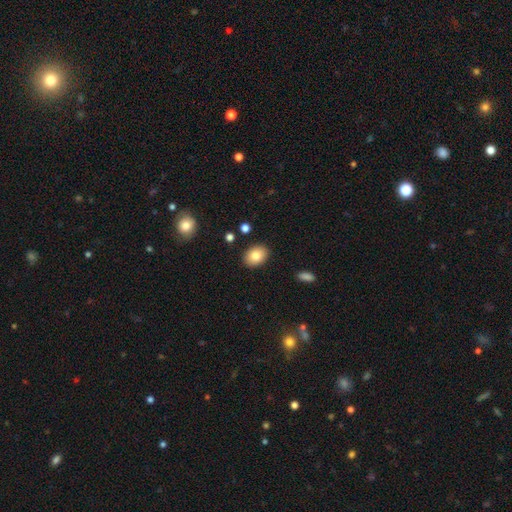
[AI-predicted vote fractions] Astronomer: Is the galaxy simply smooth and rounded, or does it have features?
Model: smooth — 82%.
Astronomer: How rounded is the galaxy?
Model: in between — 73%.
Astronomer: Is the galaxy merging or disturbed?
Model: none — 89%.